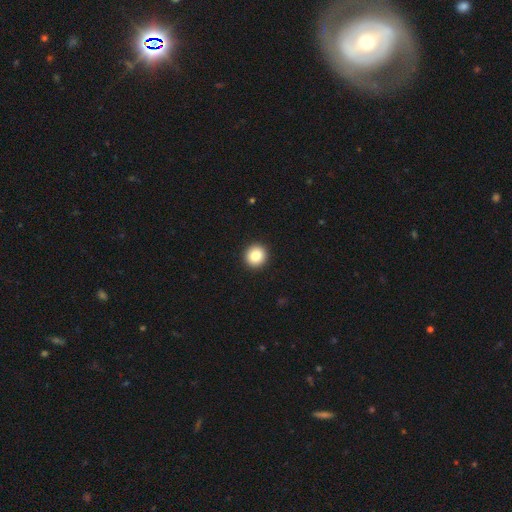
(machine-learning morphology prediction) Q: Smooth or featured?
A: smooth (85%); runner-up: star or artifact (9%)
Q: How rounded?
A: round (94%); runner-up: in between (6%)
Q: Merging?
A: none (94%); runner-up: minor disturbance (4%)